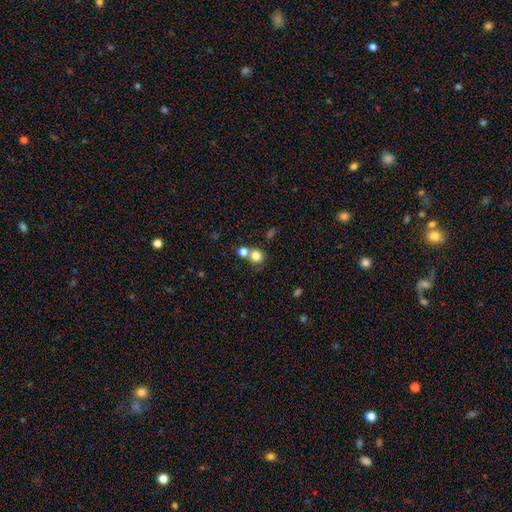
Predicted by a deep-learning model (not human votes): A smooth galaxy with no disk features (80%) that is round (87%).

Vote fractions:
- Smooth or featured? smooth: 80% / star or artifact: 12% / featured or disk: 8%
- How rounded? round: 87% / in between: 12% / cigar-shaped: 1%
- Merging? none: 56% / merger: 33% / minor disturbance: 8% / major disturbance: 4%